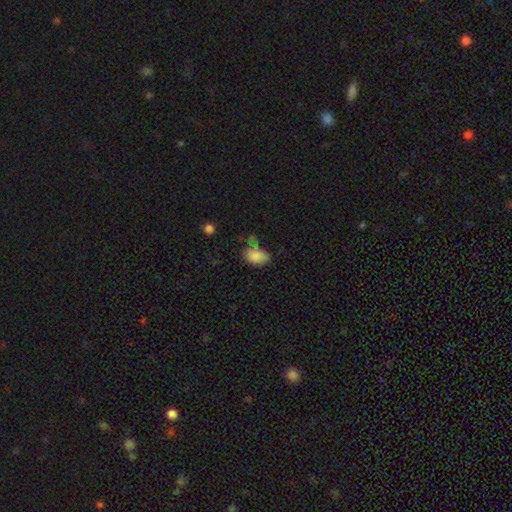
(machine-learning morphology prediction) smooth_or_featured: smooth (p=0.83) [alt: star or artifact p=0.09]
how_rounded: in between (p=0.88) [alt: round p=0.11]
merging: none (p=0.46) [alt: minor disturbance p=0.29]